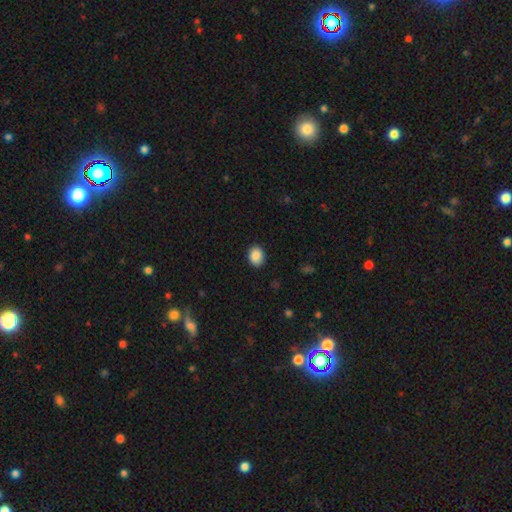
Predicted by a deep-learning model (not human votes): Smooth or featured? Predicted: smooth (p=0.89). How rounded? Predicted: in between (p=0.56). Merging? Predicted: none (p=0.90).